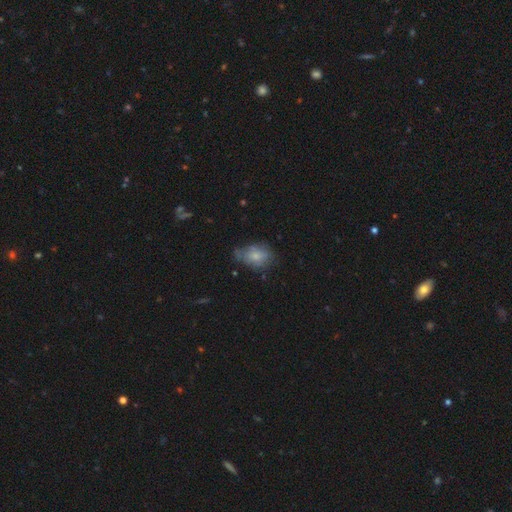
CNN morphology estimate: Overall: smooth (68%). How rounded: in between (76%). Merging: none (47%; minor disturbance 35%).